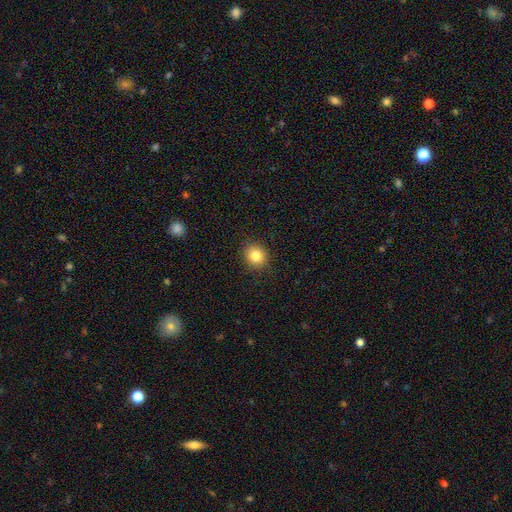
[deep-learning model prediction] Q: Smooth or featured?
A: smooth (82%); runner-up: star or artifact (11%)
Q: How rounded?
A: round (82%); runner-up: in between (17%)
Q: Merging?
A: none (89%); runner-up: minor disturbance (7%)